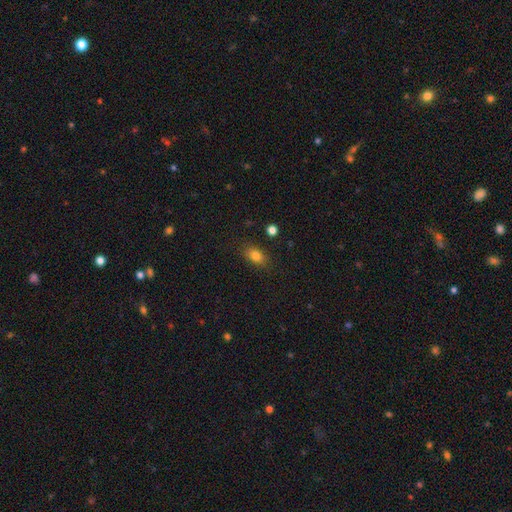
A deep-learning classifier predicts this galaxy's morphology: type=smooth (81%); roundness=in between (80%); merging=none (83%).